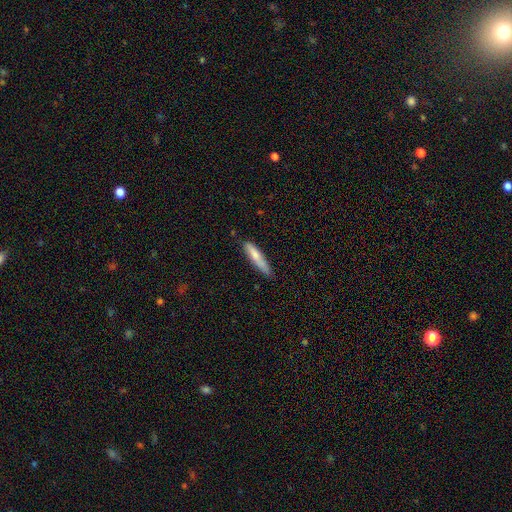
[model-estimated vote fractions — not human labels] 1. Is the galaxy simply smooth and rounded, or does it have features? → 74% smooth, 20% featured or disk, 6% star or artifact.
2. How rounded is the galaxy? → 84% cigar-shaped, 14% in between, 1% round.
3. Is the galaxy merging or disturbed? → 73% none, 21% minor disturbance, 3% major disturbance, 2% merger.